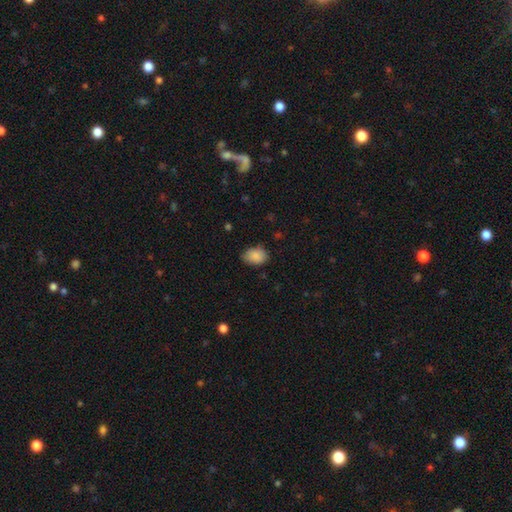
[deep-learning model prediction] A smooth galaxy with no disk features (88%) that is in between round and cigar-shaped (76%).

Vote fractions:
- Smooth or featured? smooth: 88% / star or artifact: 8% / featured or disk: 4%
- How rounded? in between: 76% / round: 23% / cigar-shaped: 1%
- Merging? none: 72% / minor disturbance: 23% / major disturbance: 4% / merger: 1%